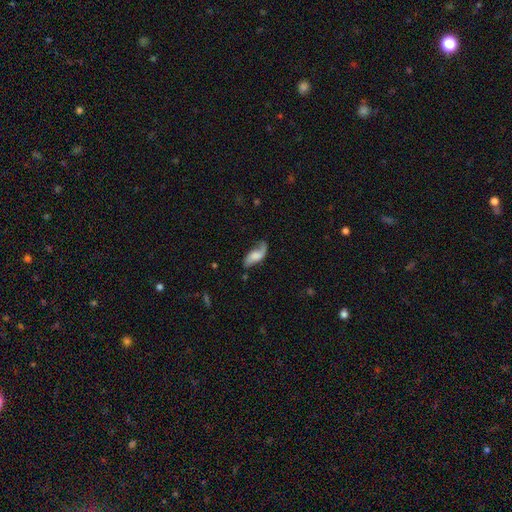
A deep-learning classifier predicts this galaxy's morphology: Smooth or featured? Predicted: featured or disk (p=0.58). Edge-on disk? Predicted: no (p=0.91). Bar? Predicted: no (p=0.59). Spiral arms? Predicted: yes (p=0.89). Bulge size? Predicted: none (p=0.32). Merging? Predicted: none (p=0.52).